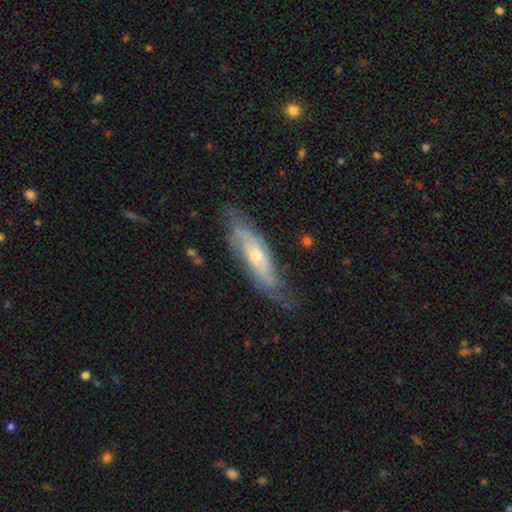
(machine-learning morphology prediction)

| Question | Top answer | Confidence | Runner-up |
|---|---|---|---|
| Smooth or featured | featured or disk | 71% | smooth (22%) |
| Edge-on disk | no | 68% | yes (32%) |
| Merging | none | 62% | minor disturbance (26%) |